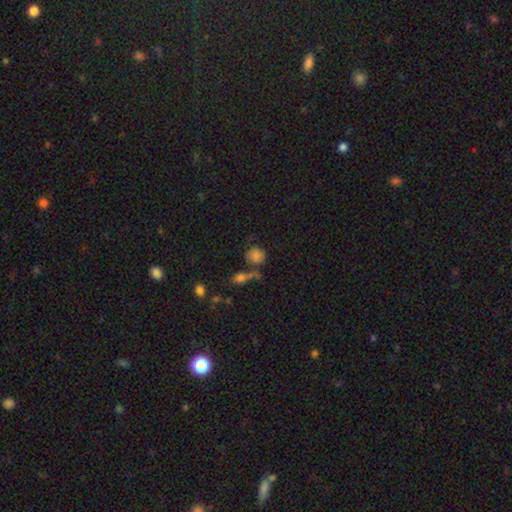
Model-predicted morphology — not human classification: smooth 73%, featured or disk 14%, star or artifact 13%. Down the decision tree: how rounded — round (75%); merging — none (47%).